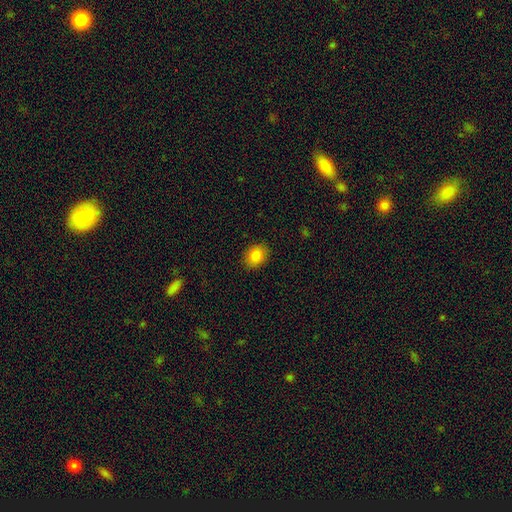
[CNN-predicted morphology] This appears to be a smooth galaxy with no disk features (85%) that is in between round and cigar-shaped (56%). Merging: none (89%).